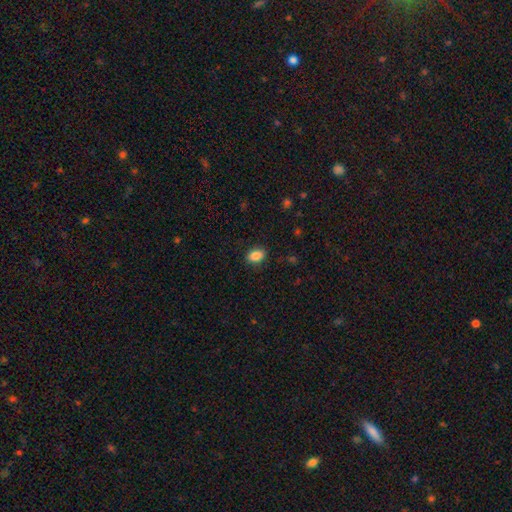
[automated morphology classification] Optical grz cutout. It shows a smooth galaxy with no disk features (88%) that is in between round and cigar-shaped (84%). Merging: none (88%).